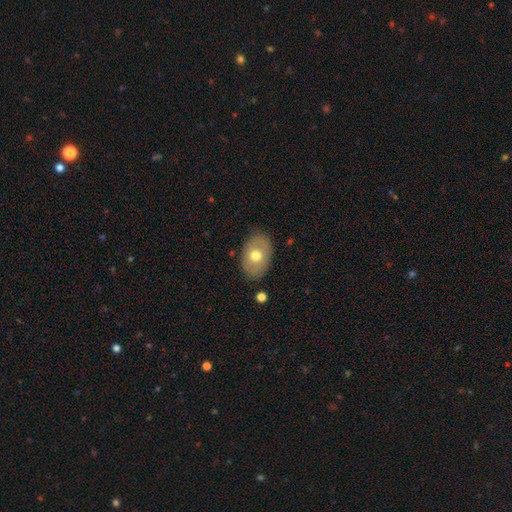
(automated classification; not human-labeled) Smooth or featured: smooth — 62% (featured or disk — 31%)
How rounded: in between — 82% (round — 17%)
Merging: none — 84% (minor disturbance — 12%)